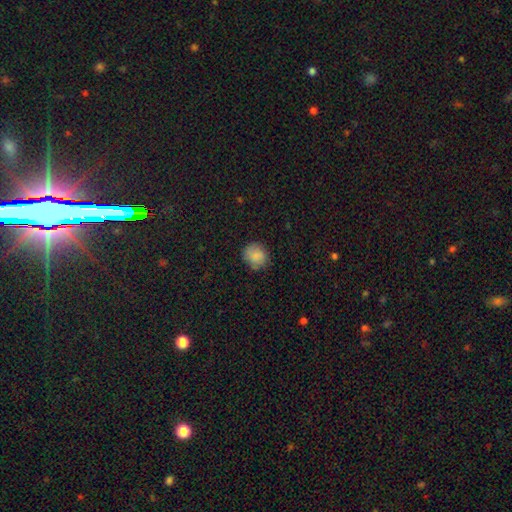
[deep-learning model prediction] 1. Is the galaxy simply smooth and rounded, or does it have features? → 85% smooth, 9% star or artifact, 6% featured or disk.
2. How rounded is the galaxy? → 81% round, 18% in between, 1% cigar-shaped.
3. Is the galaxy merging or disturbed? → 80% none, 15% minor disturbance, 3% major disturbance, 1% merger.